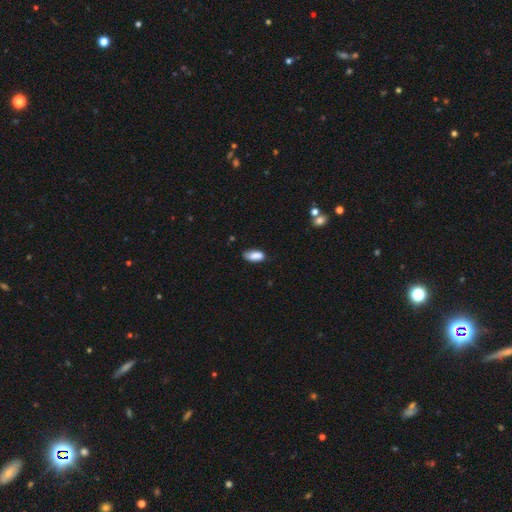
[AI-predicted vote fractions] Smooth or featured? Predicted: smooth (p=0.87). How rounded? Predicted: in between (p=0.87). Merging? Predicted: none (p=0.65).